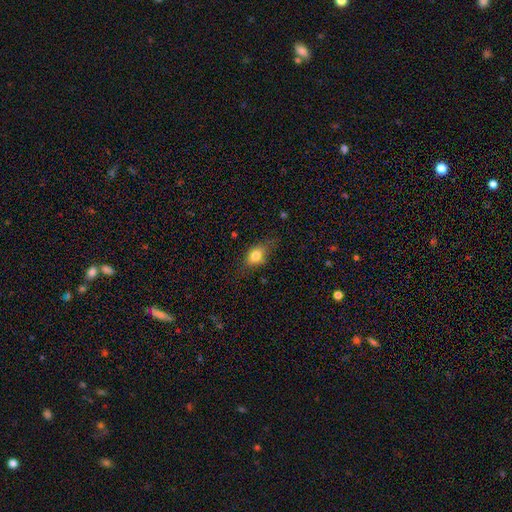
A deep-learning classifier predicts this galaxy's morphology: Overall: smooth (78%). How rounded: in between (68%). Merging: none (64%; minor disturbance 26%).